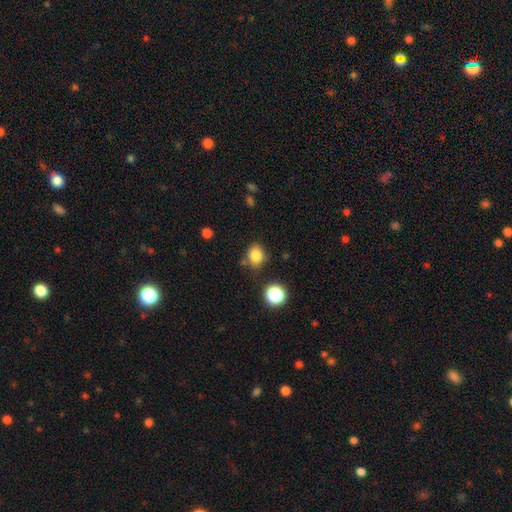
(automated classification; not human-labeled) The model was most divided on "how rounded": round: 54%, in between: 45%, cigar-shaped: 1%. More confident: smooth or featured — smooth (83%); merging — none (74%).